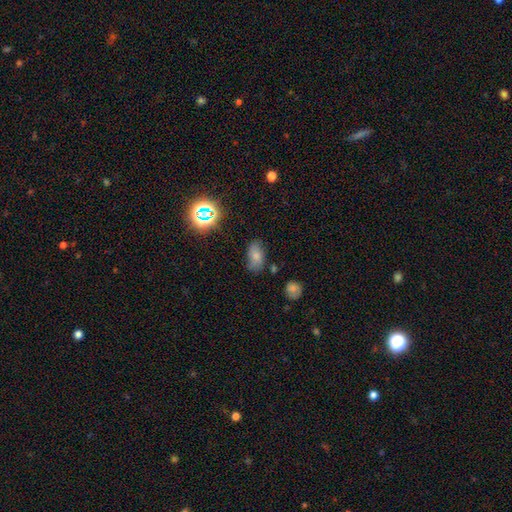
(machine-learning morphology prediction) smooth_or_featured: smooth (p=0.70) [alt: star or artifact p=0.16]
how_rounded: in between (p=0.90) [alt: round p=0.06]
merging: none (p=0.69) [alt: minor disturbance p=0.21]